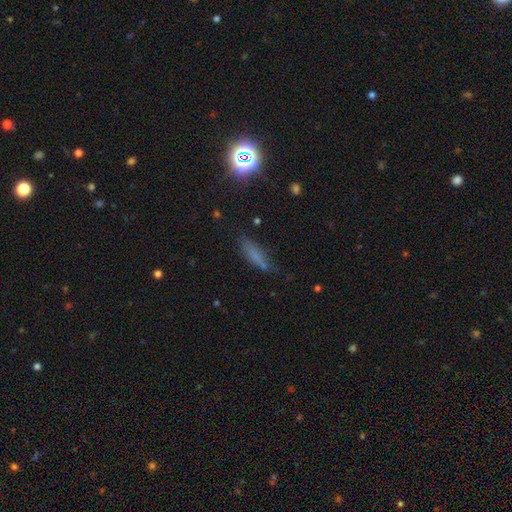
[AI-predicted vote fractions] This appears to be a smooth galaxy with no disk features (63%) that is cigar-shaped (69%). Merging: none (66%).